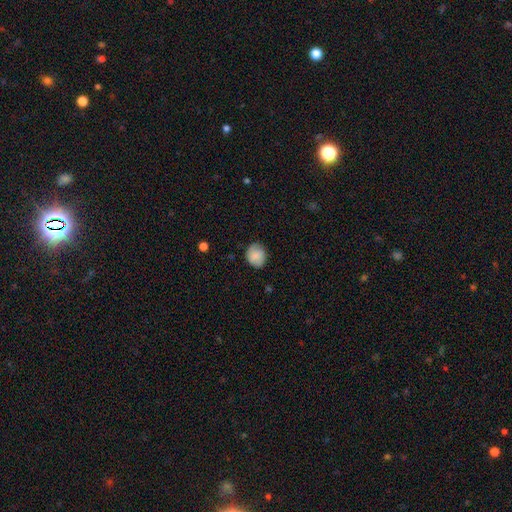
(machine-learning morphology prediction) smooth-or-featured: smooth: 84% | featured or disk: 8% | star or artifact: 8%
  how-rounded: round: 69% | in between: 31% | cigar-shaped: 1%
  merging: none: 79% | minor disturbance: 17% | major disturbance: 4% | merger: 1%